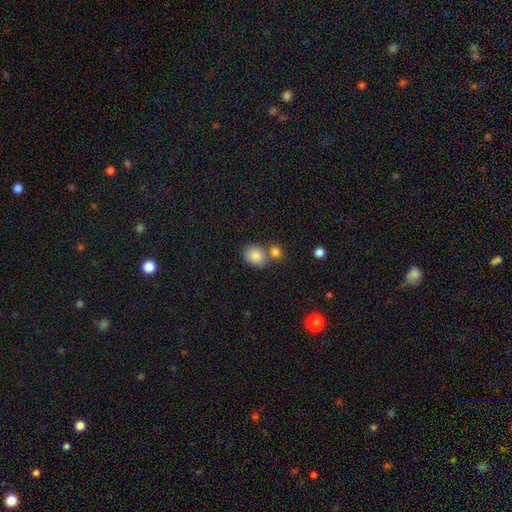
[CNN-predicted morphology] This is clearly a smooth galaxy (84%). How rounded: possibly round (52%). Merging: possibly none (51%).